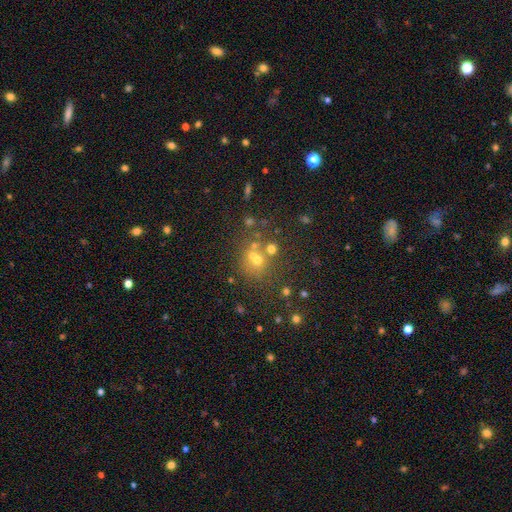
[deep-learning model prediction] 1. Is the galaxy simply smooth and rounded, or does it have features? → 45% smooth, 38% star or artifact, 17% featured or disk.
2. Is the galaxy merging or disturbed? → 55% none, 27% merger, 11% minor disturbance, 7% major disturbance.